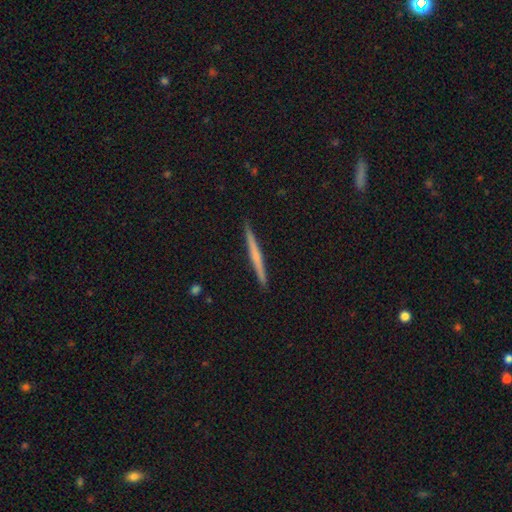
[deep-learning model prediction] A featured or disk galaxy (50%) viewed edge-on (98%). Merging: none (92%).